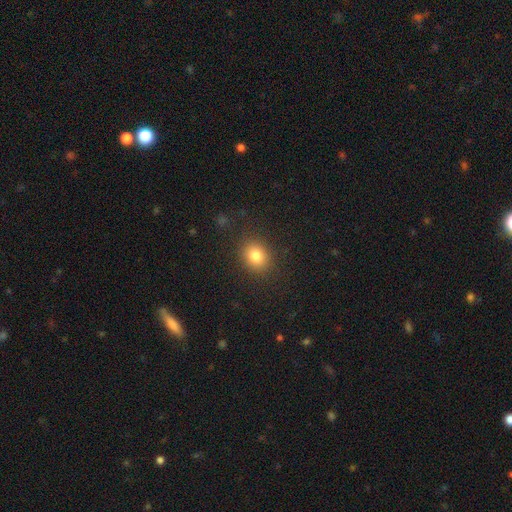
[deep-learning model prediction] Smooth or featured? Predicted: smooth (p=0.81). How rounded? Predicted: round (p=0.59). Merging? Predicted: none (p=0.87).